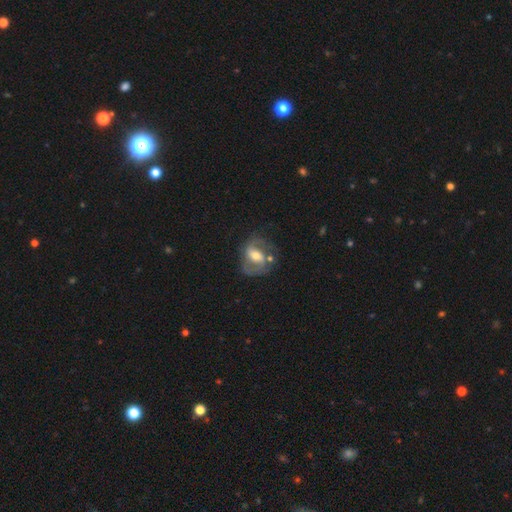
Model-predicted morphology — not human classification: smooth-or-featured: featured or disk: 75% | smooth: 19% | star or artifact: 6%
  disk-edge-on: no: 97% | yes: 3%
    bar: weak: 45% | strong: 29% | no: 27%
    has-spiral-arms: yes: 84% | no: 16%
      spiral-winding: medium: 52% | loose: 25% | tight: 23%
      spiral-arm-count: 2: 81% | can't tell: 9% | 1: 5% | 3: 3% | 4: 1% | more than 4: 1%
    bulge-size: moderate: 65% | small: 21% | large: 11% | none: 2% | dominant: 1%
  merging: none: 60% | minor disturbance: 20% | major disturbance: 13% | merger: 7%